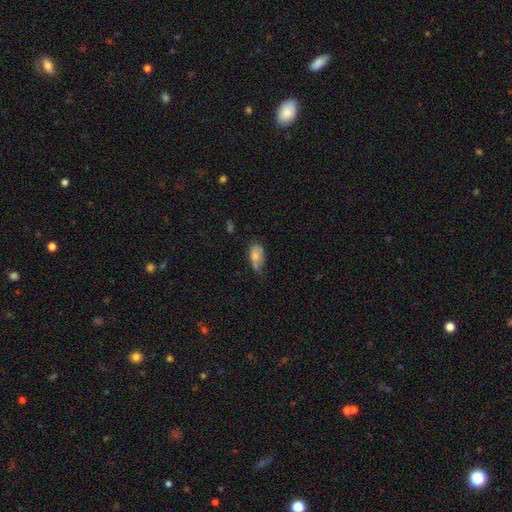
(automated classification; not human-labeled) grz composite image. It shows a smooth galaxy with no disk features (74%) that is in between round and cigar-shaped (86%). Merging: minor disturbance (32%).